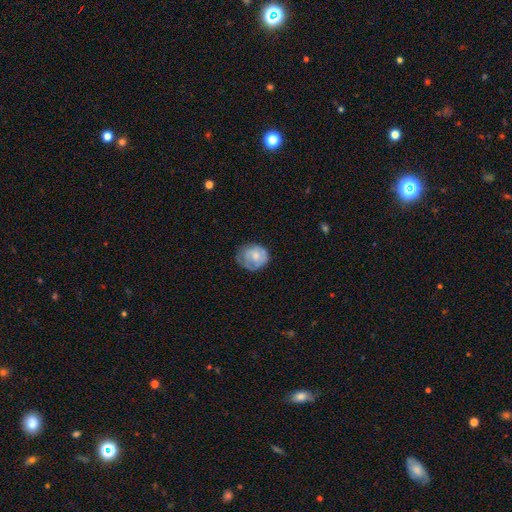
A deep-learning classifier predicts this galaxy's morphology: Q: Smooth or featured?
A: smooth (58%); runner-up: featured or disk (35%)
Q: How rounded?
A: round (70%); runner-up: in between (30%)
Q: Merging?
A: none (55%); runner-up: minor disturbance (30%)